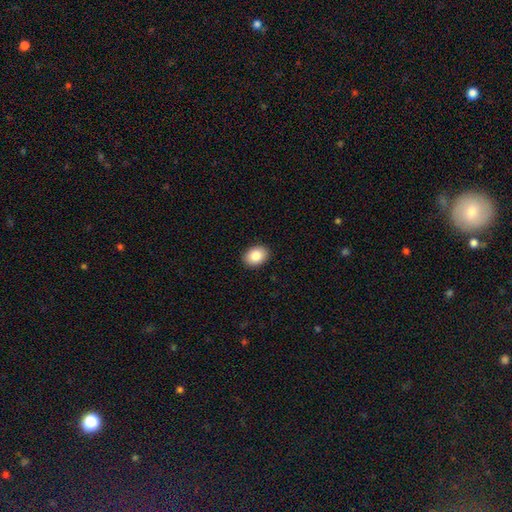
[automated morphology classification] Q: Smooth or featured?
A: smooth (86%); runner-up: star or artifact (8%)
Q: How rounded?
A: in between (75%); runner-up: round (24%)
Q: Merging?
A: none (91%); runner-up: minor disturbance (6%)